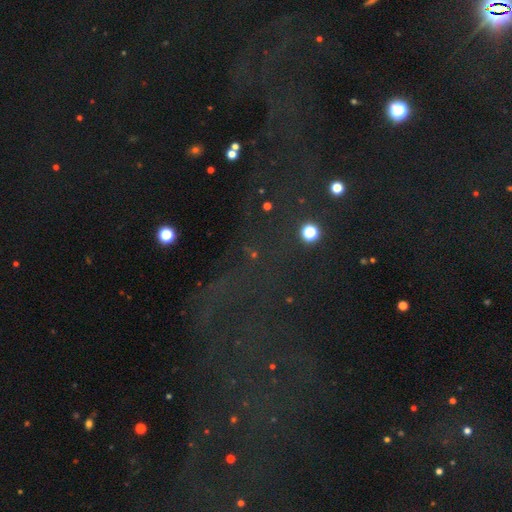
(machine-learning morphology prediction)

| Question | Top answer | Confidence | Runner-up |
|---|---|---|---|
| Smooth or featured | star or artifact | 74% | smooth (14%) |